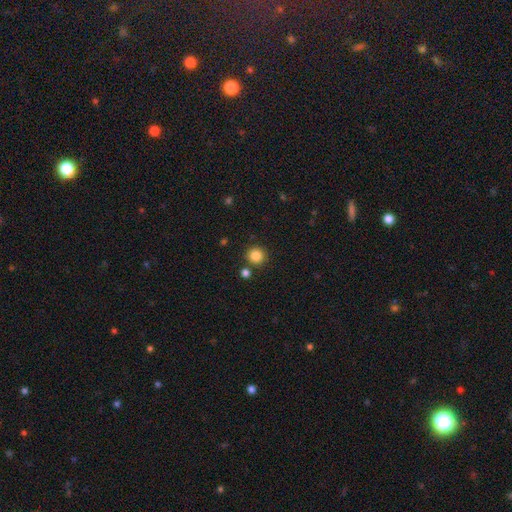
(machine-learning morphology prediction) smooth_or_featured: smooth (p=0.85) [alt: star or artifact p=0.11]
how_rounded: round (p=0.93) [alt: in between p=0.06]
merging: none (p=0.84) [alt: minor disturbance p=0.07]